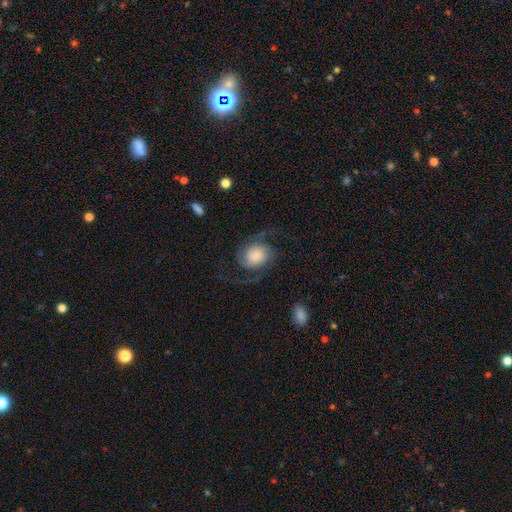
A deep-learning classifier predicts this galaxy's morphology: Smooth or featured: featured or disk — 78% (smooth — 15%)
Edge-on disk: no — 98% (yes — 2%)
Bar: no — 72% (weak — 22%)
Spiral arms: yes — 96% (no — 4%)
Spiral winding: loose — 46% (medium — 41%)
Spiral arm count: 2 — 92% (3 — 2%)
Bulge size: large — 33% (dominant — 26%)
Merging: none — 73% (minor disturbance — 13%)